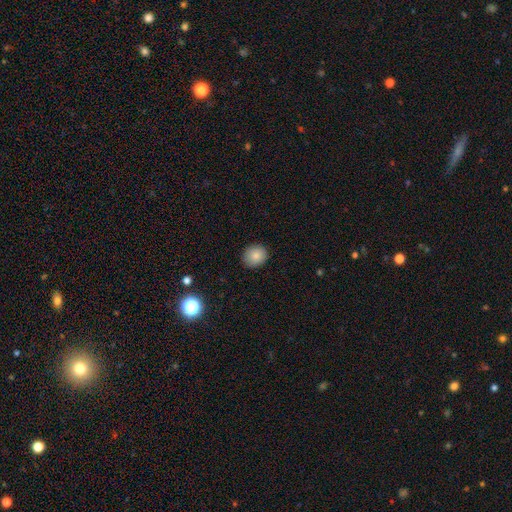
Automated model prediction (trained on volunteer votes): Overall: smooth (84%). How rounded: round (71%). Merging: none (88%).